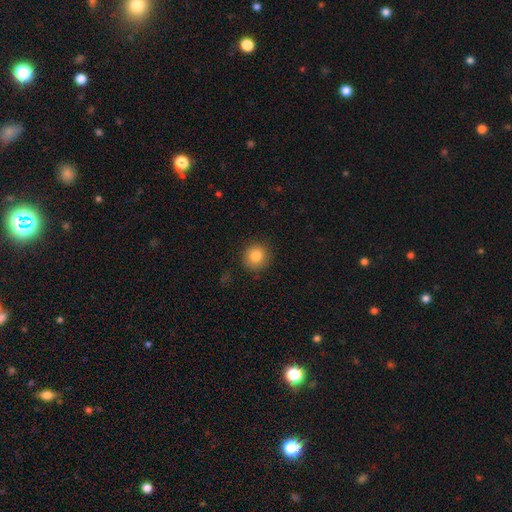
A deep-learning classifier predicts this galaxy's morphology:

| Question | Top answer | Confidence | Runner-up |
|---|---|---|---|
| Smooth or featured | smooth | 84% | star or artifact (10%) |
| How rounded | round | 89% | in between (10%) |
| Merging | none | 87% | minor disturbance (9%) |